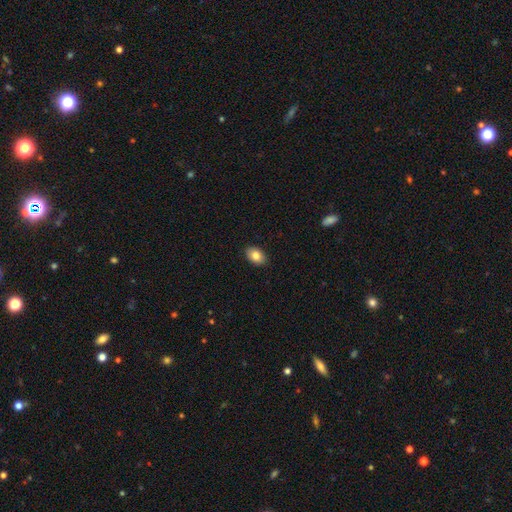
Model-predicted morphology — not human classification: A smooth galaxy with no disk features (84%) that is in between round and cigar-shaped (84%).

Vote fractions:
- Smooth or featured? smooth: 84% / featured or disk: 8% / star or artifact: 8%
- How rounded? in between: 84% / round: 15% / cigar-shaped: 1%
- Merging? none: 90% / minor disturbance: 8% / major disturbance: 2% / merger: 1%